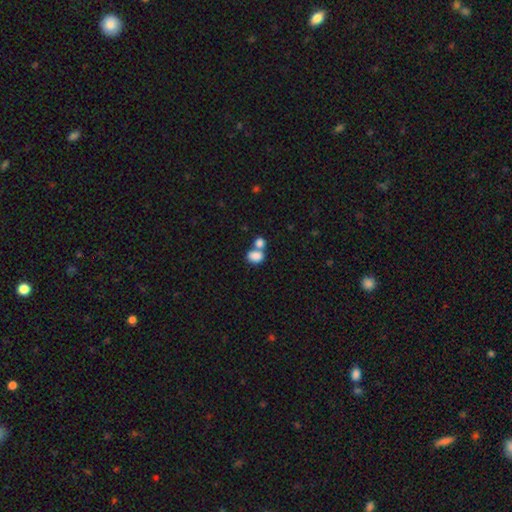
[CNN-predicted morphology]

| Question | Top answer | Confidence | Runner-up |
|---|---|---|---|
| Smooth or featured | smooth | 84% | star or artifact (9%) |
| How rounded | in between | 71% | round (27%) |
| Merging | merger | 51% | none (35%) |